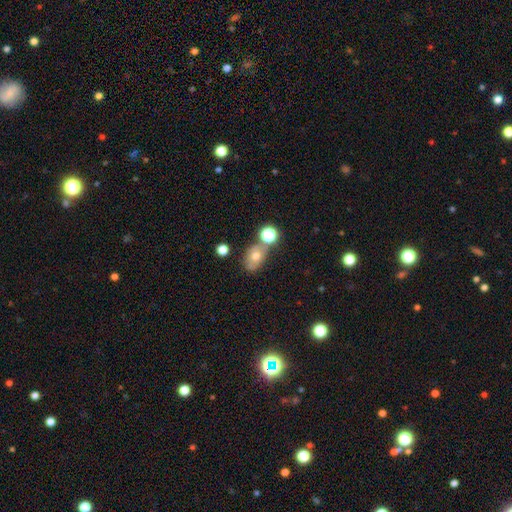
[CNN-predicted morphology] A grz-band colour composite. It shows a smooth galaxy with no disk features (63%) that is in between round and cigar-shaped (68%). Merging: none (53%).